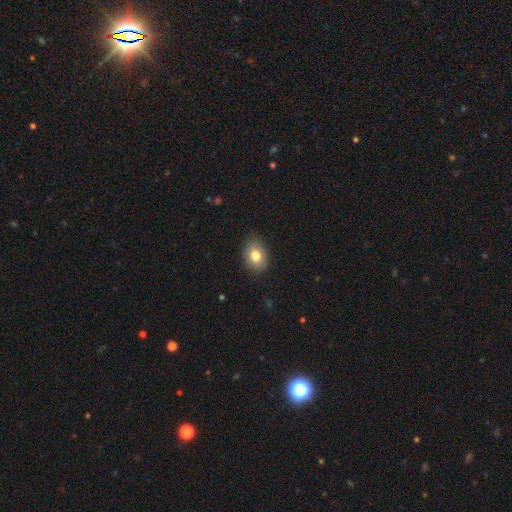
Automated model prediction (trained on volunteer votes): smooth_or_featured: smooth (p=0.80) [alt: featured or disk p=0.12]
how_rounded: in between (p=0.73) [alt: round p=0.26]
merging: none (p=0.85) [alt: minor disturbance p=0.11]